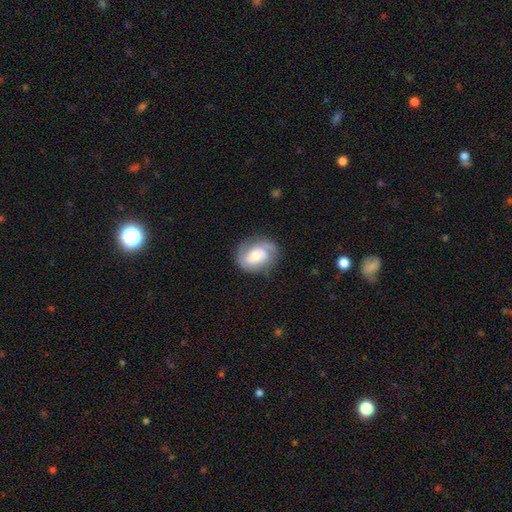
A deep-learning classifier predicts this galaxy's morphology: Smooth or featured? featured or disk (64%)
Edge-on disk? no (97%)
Bar? no (55%)
Spiral arms? yes (87%)
Spiral winding? tight (43%)
Spiral arm count? 2 (68%)
Bulge size? moderate (51%)
Merging? none (72%)